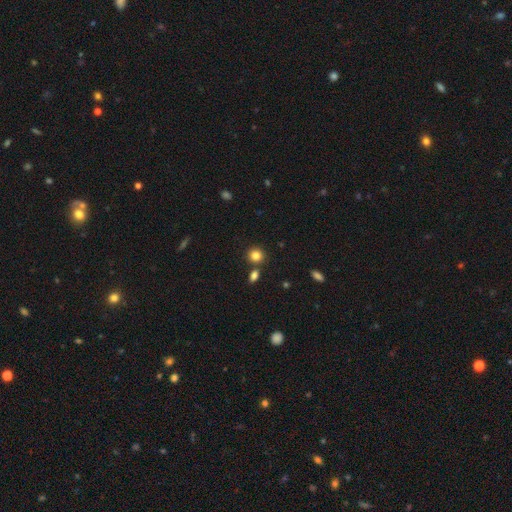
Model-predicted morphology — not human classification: smooth-or-featured: smooth: 83% | star or artifact: 11% | featured or disk: 5%
  how-rounded: round: 84% | in between: 15% | cigar-shaped: 1%
  merging: none: 77% | merger: 12% | minor disturbance: 8% | major disturbance: 3%